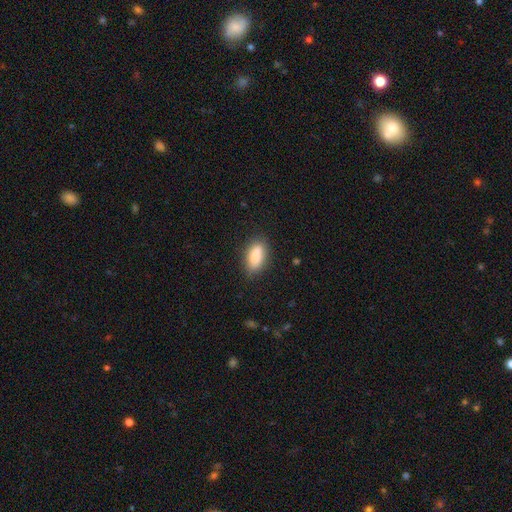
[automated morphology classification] smooth_or_featured: smooth (p=0.87) [alt: star or artifact p=0.07]
how_rounded: in between (p=0.88) [alt: cigar-shaped p=0.08]
merging: none (p=0.81) [alt: minor disturbance p=0.15]